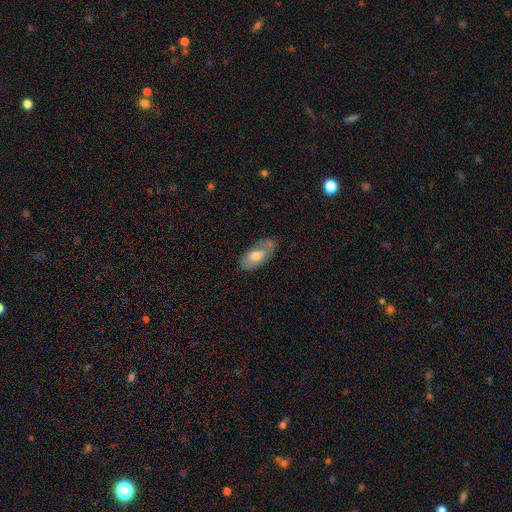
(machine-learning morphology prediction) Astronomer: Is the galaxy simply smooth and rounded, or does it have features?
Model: smooth — 62%.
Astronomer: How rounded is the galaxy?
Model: in between — 91%.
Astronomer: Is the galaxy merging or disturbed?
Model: none — 63%.